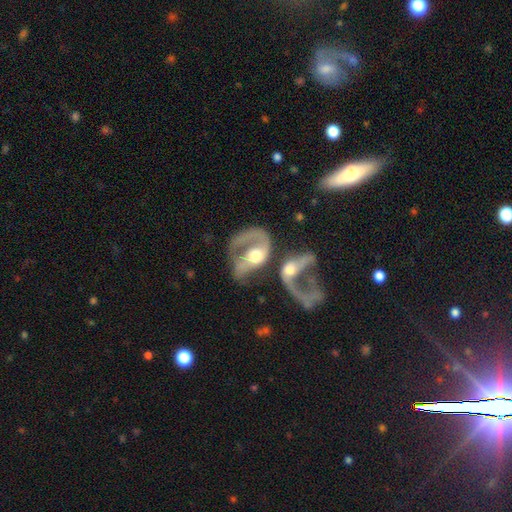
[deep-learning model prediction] The model was most divided on "spiral arms": yes: 65%, no: 35%. More confident: edge-on disk — no (95%); smooth or featured — featured or disk (72%); bar — no (70%); bulge size — moderate (67%); merging — merger (59%).